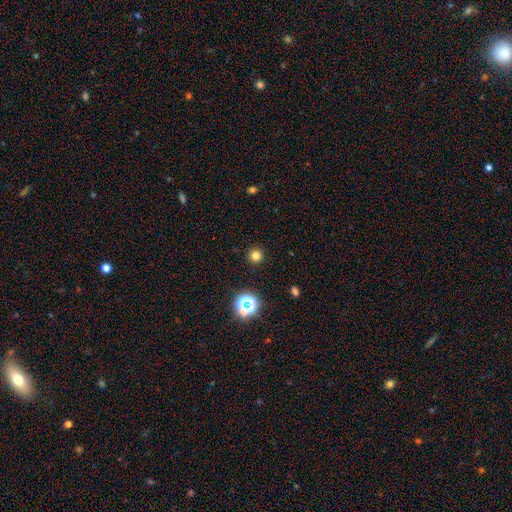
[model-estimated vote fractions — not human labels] Overall: smooth (75%). How rounded: round (96%). Merging: none (92%).